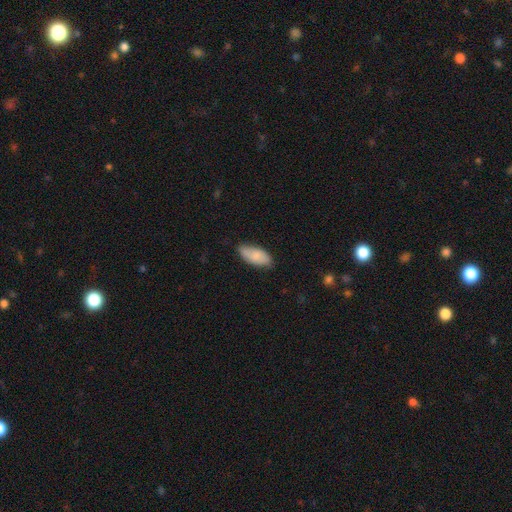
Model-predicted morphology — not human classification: A smooth galaxy with no disk features (79%) that is in between round and cigar-shaped (90%).

Vote fractions:
- Smooth or featured? smooth: 79% / featured or disk: 15% / star or artifact: 6%
- How rounded? in between: 90% / cigar-shaped: 8% / round: 2%
- Merging? none: 76% / minor disturbance: 19% / major disturbance: 3% / merger: 1%